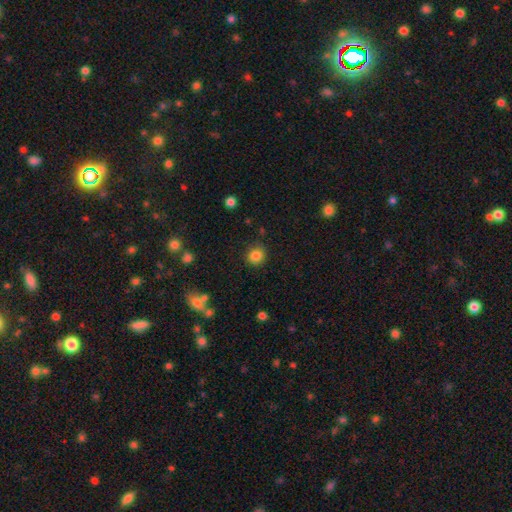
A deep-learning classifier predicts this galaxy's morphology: Overall: smooth (84%). How rounded: round (85%). Merging: none (84%).